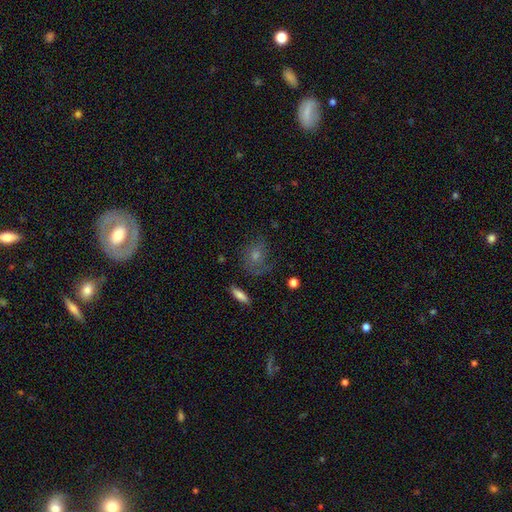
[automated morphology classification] smooth 53%, featured or disk 33%, star or artifact 14%. Down the decision tree: how rounded — round (56%); merging — none (58%).